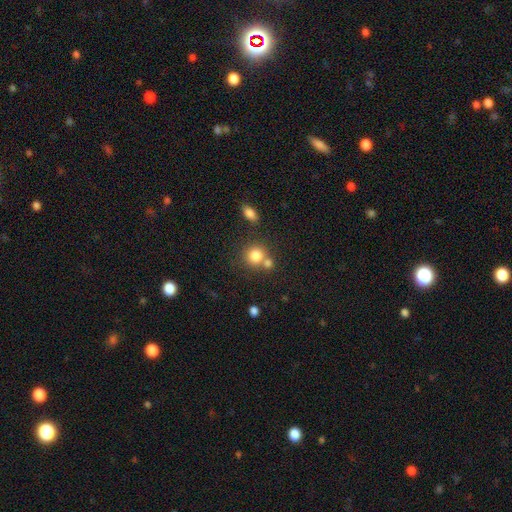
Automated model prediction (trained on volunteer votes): Smooth or featured? Predicted: smooth (p=0.81). How rounded? Predicted: round (p=0.85). Merging? Predicted: none (p=0.54).